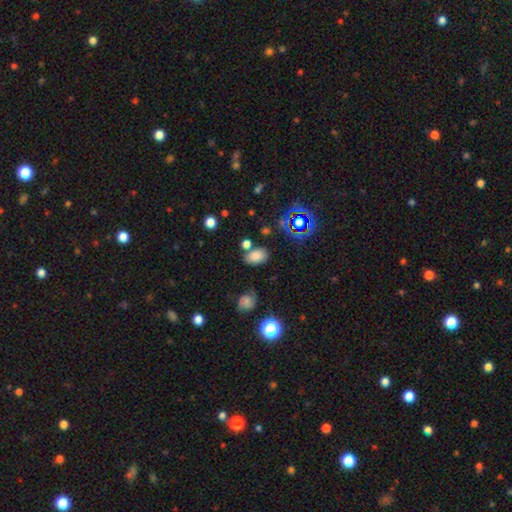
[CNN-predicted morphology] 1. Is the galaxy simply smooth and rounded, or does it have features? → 77% smooth, 15% star or artifact, 8% featured or disk.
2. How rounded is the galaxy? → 83% in between, 16% round, 1% cigar-shaped.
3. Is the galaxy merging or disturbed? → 68% none, 16% minor disturbance, 11% merger, 6% major disturbance.